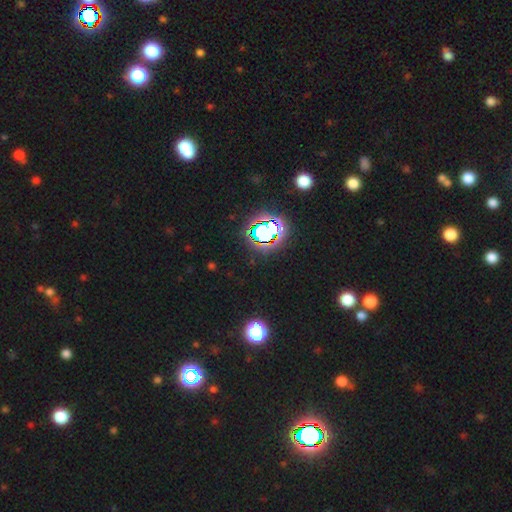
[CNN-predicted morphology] star or artifact 80%, smooth 13%, featured or disk 7%.